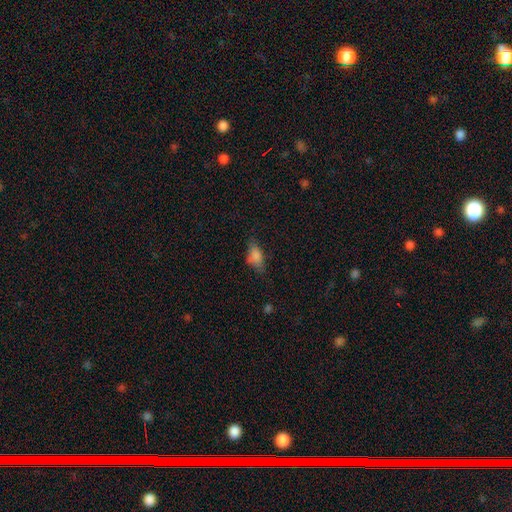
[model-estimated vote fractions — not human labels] A smooth galaxy with no disk features (80%) that is in between round and cigar-shaped (87%). Merging: none (56%).